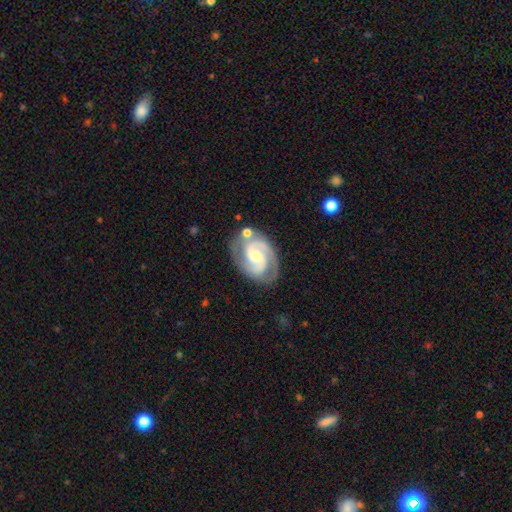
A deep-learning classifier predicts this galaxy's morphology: smooth-or-featured: featured or disk: 88% | smooth: 7% | star or artifact: 5%
  disk-edge-on: no: 97% | yes: 3%
    bar: no: 45% | weak: 42% | strong: 13%
    has-spiral-arms: yes: 98% | no: 2%
      spiral-winding: medium: 47% | tight: 44% | loose: 9%
      spiral-arm-count: 2: 84% | 3: 8% | can't tell: 4% | 1: 2% | 4: 1% | more than 4: 1%
    bulge-size: moderate: 49% | small: 43% | large: 4% | none: 3% | dominant: 1%
  merging: none: 75% | minor disturbance: 16% | major disturbance: 5% | merger: 5%